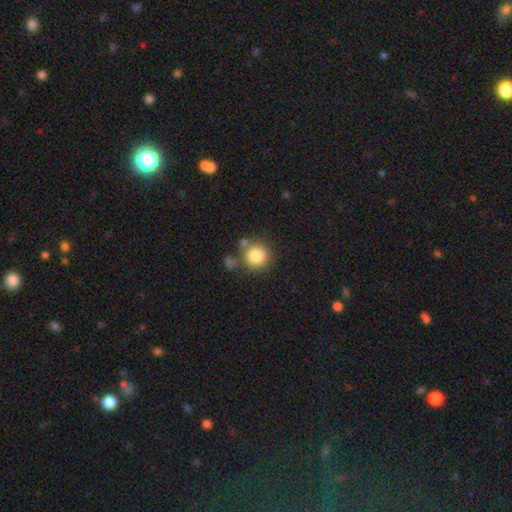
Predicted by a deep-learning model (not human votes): A smooth galaxy with no disk features (83%) that is round (92%). Merging: none (68%).